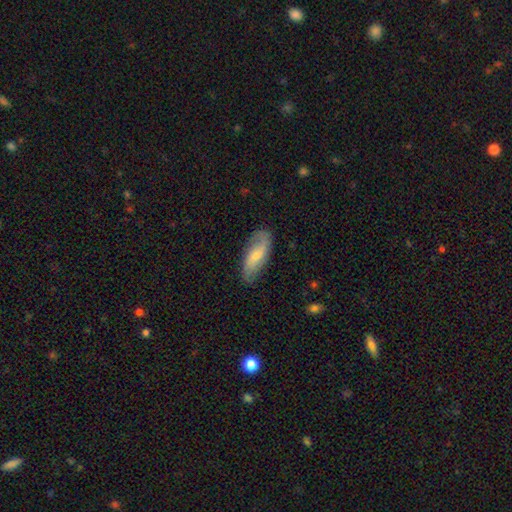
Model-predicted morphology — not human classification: This appears to be a featured or disk galaxy (49%). Merging: none (76%).